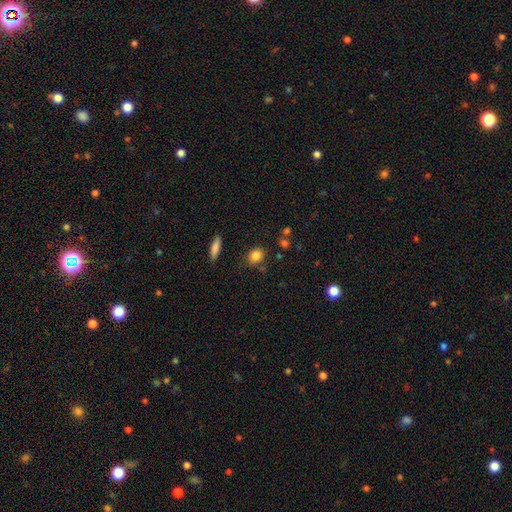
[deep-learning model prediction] smooth 84%, star or artifact 10%, featured or disk 6%. Down the decision tree: how rounded — in between (55%); merging — none (79%).